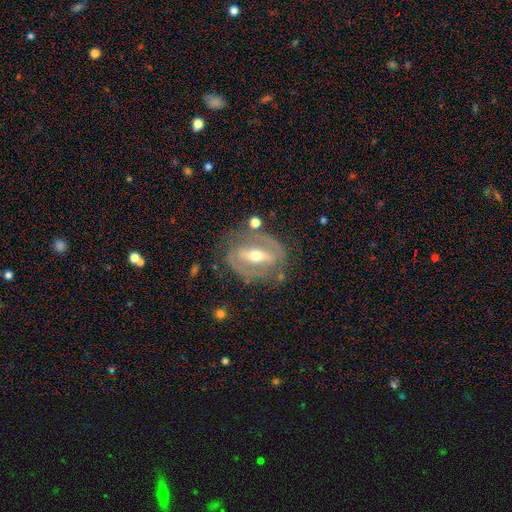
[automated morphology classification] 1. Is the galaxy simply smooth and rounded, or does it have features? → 80% featured or disk, 14% smooth, 6% star or artifact.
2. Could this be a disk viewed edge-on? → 90% no, 10% yes.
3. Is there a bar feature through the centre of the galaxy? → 65% strong, 23% weak, 12% no.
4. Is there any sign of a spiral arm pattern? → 58% yes, 42% no.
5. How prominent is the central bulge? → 68% moderate, 25% small, 5% large, 1% dominant, 1% none.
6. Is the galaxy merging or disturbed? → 71% none, 17% minor disturbance, 8% major disturbance, 3% merger.